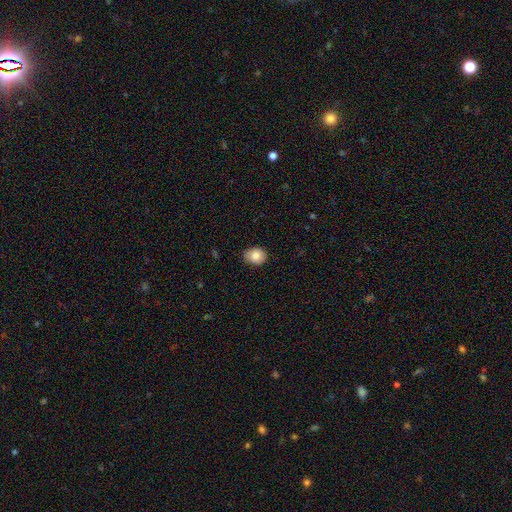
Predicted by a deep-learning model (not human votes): smooth_or_featured: smooth (p=0.85) [alt: star or artifact p=0.08]
how_rounded: round (p=0.52) [alt: in between p=0.47]
merging: none (p=0.80) [alt: minor disturbance p=0.17]